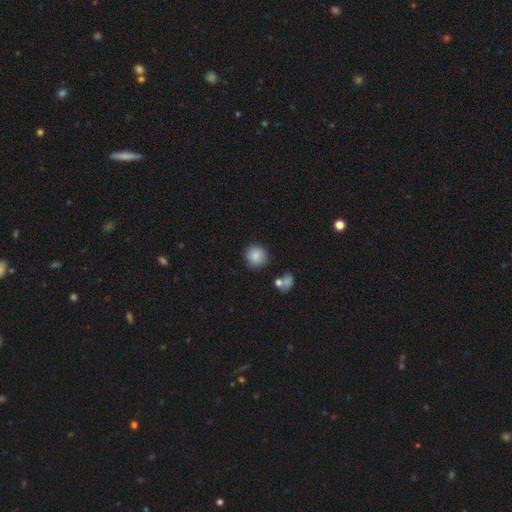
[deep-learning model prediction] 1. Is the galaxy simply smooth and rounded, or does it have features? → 86% smooth, 9% star or artifact, 5% featured or disk.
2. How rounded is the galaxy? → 90% round, 9% in between, 1% cigar-shaped.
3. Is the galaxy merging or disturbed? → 83% none, 9% minor disturbance, 4% merger, 3% major disturbance.